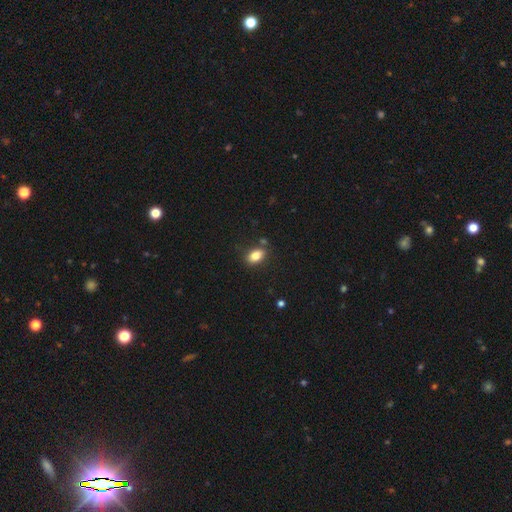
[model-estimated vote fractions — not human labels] A smooth galaxy with no disk features (83%) that is in between round and cigar-shaped (85%). Merging: none (80%).